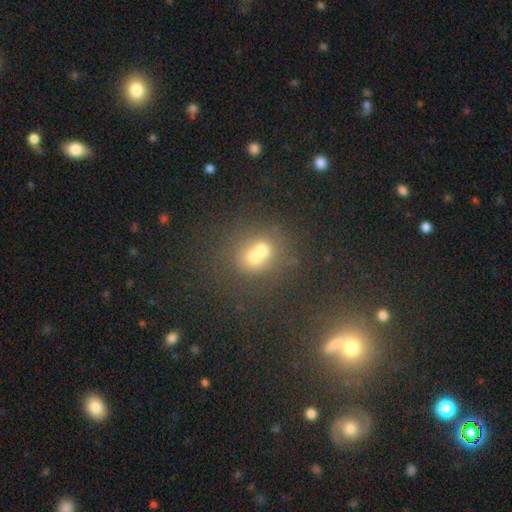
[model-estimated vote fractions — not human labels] This appears to be a smooth galaxy with no disk features (56%) that is round (69%). Merging: merger (52%).